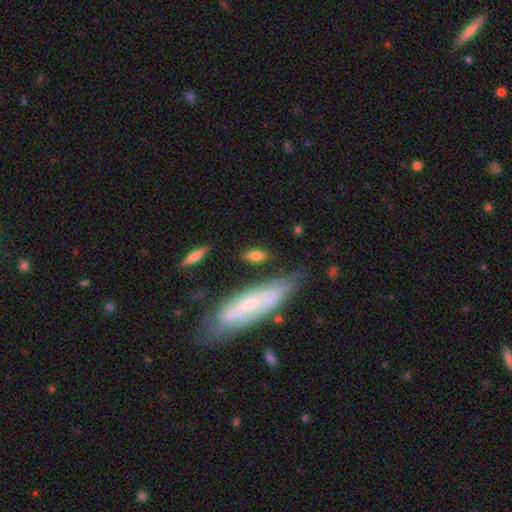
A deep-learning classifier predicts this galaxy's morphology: The model was most divided on "merging": none: 75%, minor disturbance: 16%, major disturbance: 5%, merger: 4%. More confident: how rounded — in between (80%); smooth or featured — smooth (77%).